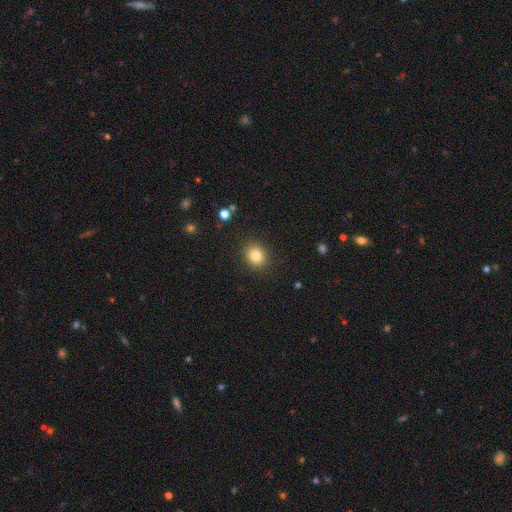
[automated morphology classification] A smooth galaxy with no disk features (82%) that is round (61%).

Vote fractions:
- Smooth or featured? smooth: 82% / star or artifact: 11% / featured or disk: 7%
- How rounded? round: 61% / in between: 38% / cigar-shaped: 1%
- Merging? none: 89% / minor disturbance: 7% / major disturbance: 2% / merger: 1%